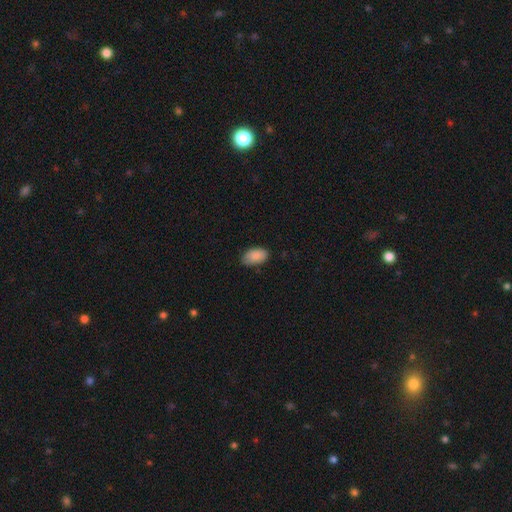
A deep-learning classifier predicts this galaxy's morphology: Overall: smooth (88%). How rounded: in between (94%). Merging: none (77%).